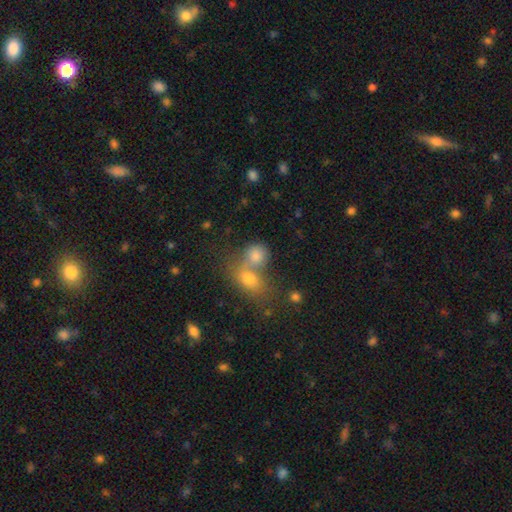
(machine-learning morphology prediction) Smooth or featured? smooth (77%)
How rounded? round (52%)
Merging? merger (62%)